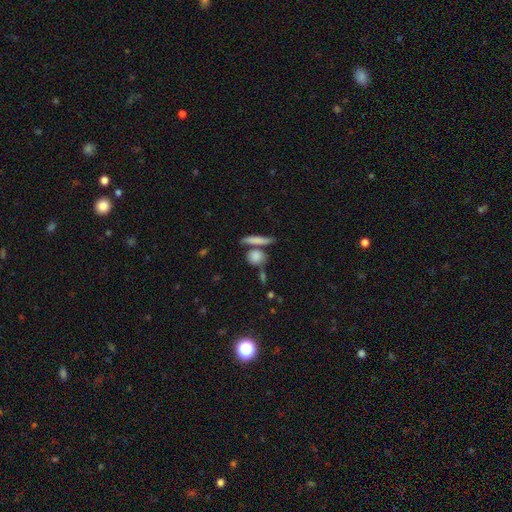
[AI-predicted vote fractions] Smooth or featured? smooth (77%)
How rounded? round (49%)
Merging? none (63%)